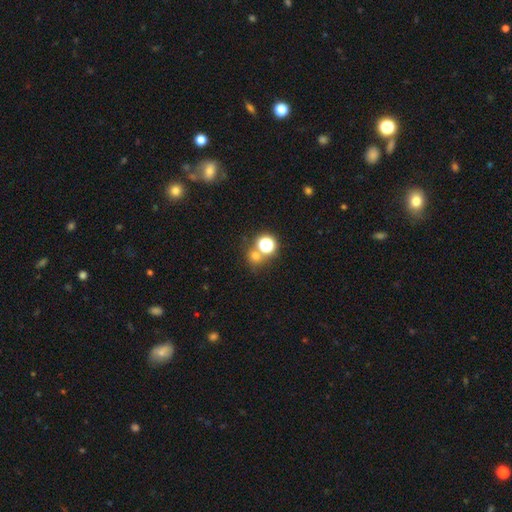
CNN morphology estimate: Smooth or featured?
  - smooth: 62% *
  - star or artifact: 31%
  - featured or disk: 8%
How rounded?
  - round: 84% *
  - in between: 15%
  - cigar-shaped: 1%
Merging?
  - none: 64% *
  - merger: 24%
  - minor disturbance: 8%
  - major disturbance: 4%